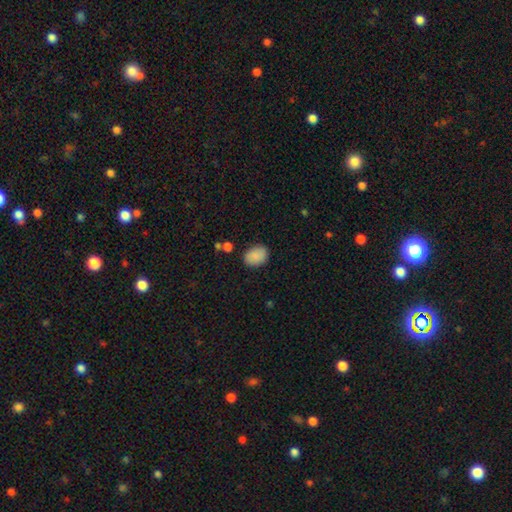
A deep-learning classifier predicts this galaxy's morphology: The model was most divided on "how rounded": in between: 69%, round: 30%, cigar-shaped: 1%. More confident: smooth or featured — smooth (89%); merging — none (83%).